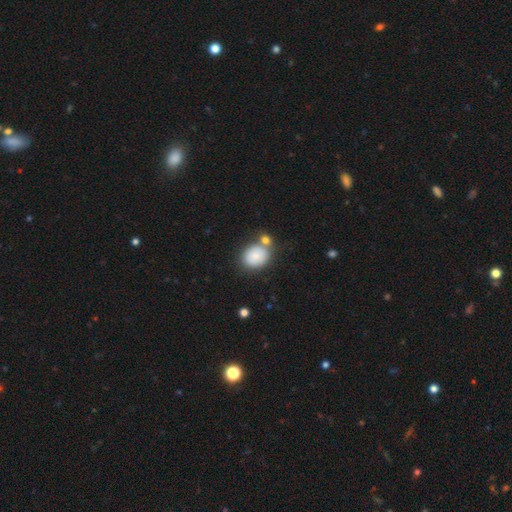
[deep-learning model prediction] Smooth or featured?
  - smooth: 84% *
  - featured or disk: 9%
  - star or artifact: 7%
How rounded?
  - round: 61% *
  - in between: 38%
  - cigar-shaped: 1%
Merging?
  - none: 58% *
  - merger: 23%
  - minor disturbance: 14%
  - major disturbance: 5%